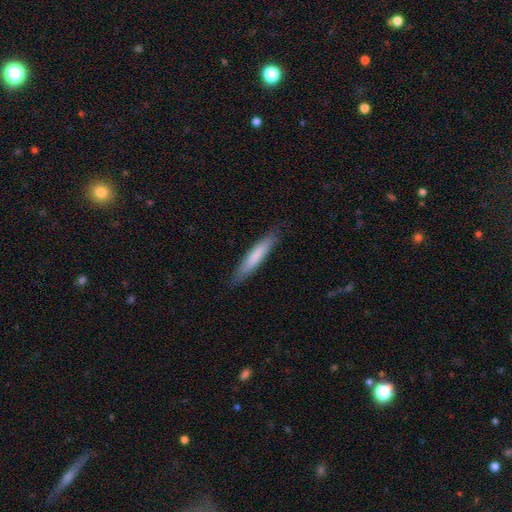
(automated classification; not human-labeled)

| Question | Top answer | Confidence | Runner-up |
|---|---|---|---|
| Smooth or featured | smooth | 75% | featured or disk (19%) |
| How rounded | cigar-shaped | 91% | in between (8%) |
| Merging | none | 87% | minor disturbance (11%) |